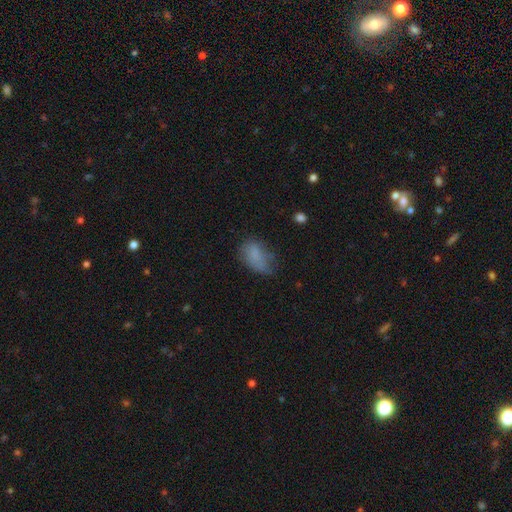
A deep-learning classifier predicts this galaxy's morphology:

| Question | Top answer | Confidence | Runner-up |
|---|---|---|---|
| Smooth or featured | smooth | 76% | featured or disk (12%) |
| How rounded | in between | 88% | round (10%) |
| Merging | none | 44% | minor disturbance (35%) |